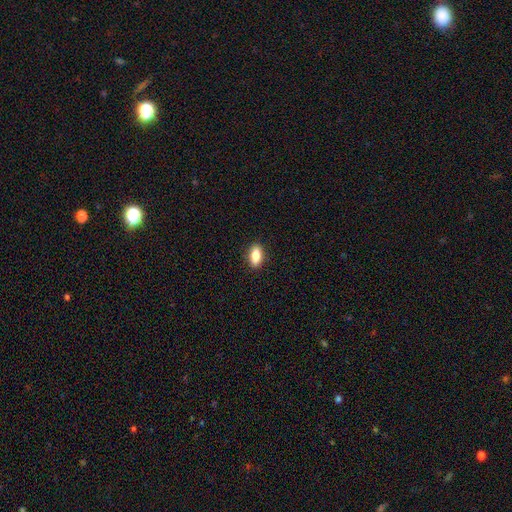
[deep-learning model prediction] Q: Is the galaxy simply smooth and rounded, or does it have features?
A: smooth — 83%.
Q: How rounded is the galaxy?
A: in between — 84%.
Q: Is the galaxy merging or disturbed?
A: none — 90%.